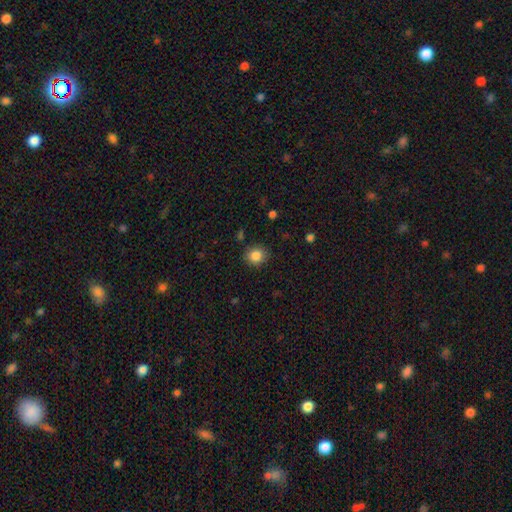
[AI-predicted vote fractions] The model was most divided on "how rounded": round: 78%, in between: 21%, cigar-shaped: 1%. More confident: smooth or featured — smooth (86%); merging — none (84%).